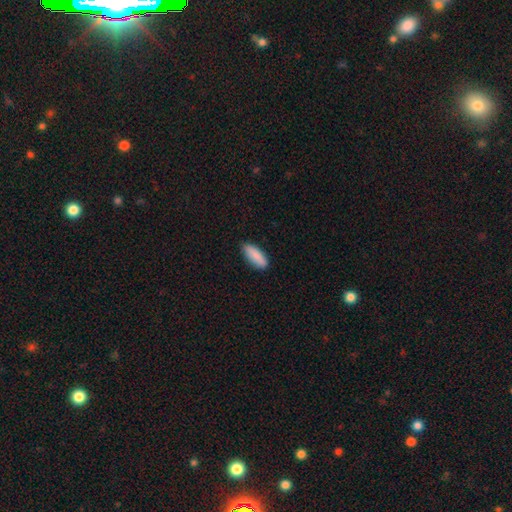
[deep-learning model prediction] Overall: smooth (88%). How rounded: in between (68%; cigar-shaped 30%). Merging: none (84%).